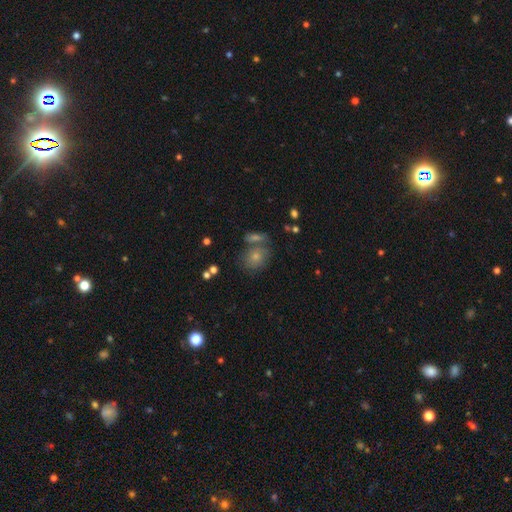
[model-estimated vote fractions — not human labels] A smooth galaxy with no disk features (64%) that is round (57%). Merging: none (58%).